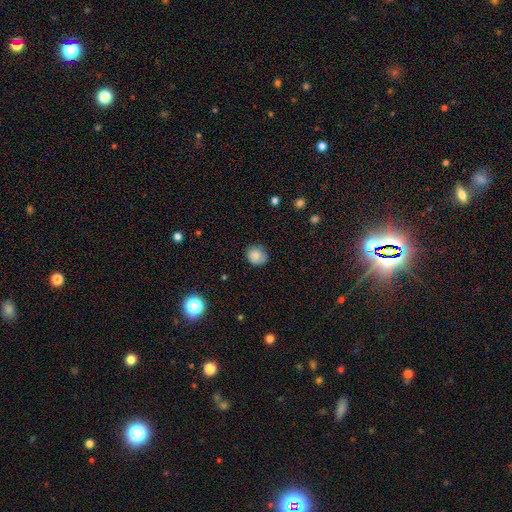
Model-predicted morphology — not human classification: Smooth or featured?
  - smooth: 80% *
  - featured or disk: 10%
  - star or artifact: 10%
How rounded?
  - round: 79% *
  - in between: 20%
  - cigar-shaped: 1%
Merging?
  - none: 74% *
  - minor disturbance: 20%
  - major disturbance: 4%
  - merger: 1%